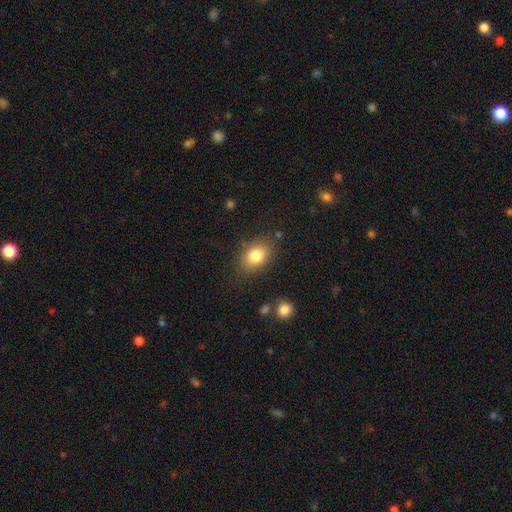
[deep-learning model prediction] Overall: smooth (82%). How rounded: in between (77%). Merging: none (81%).